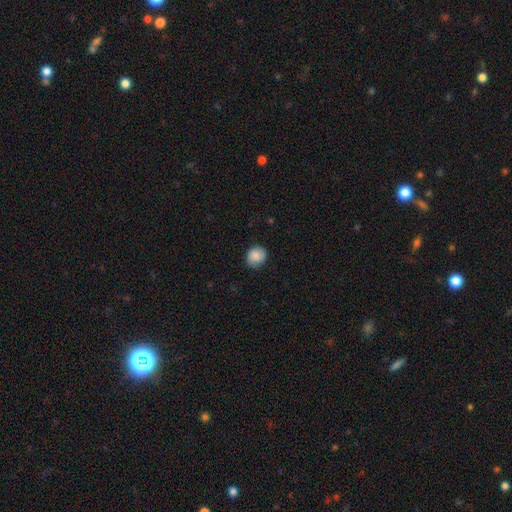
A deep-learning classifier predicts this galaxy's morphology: This appears to be a smooth galaxy with no disk features (85%) that is round (79%). Merging: none (82%).